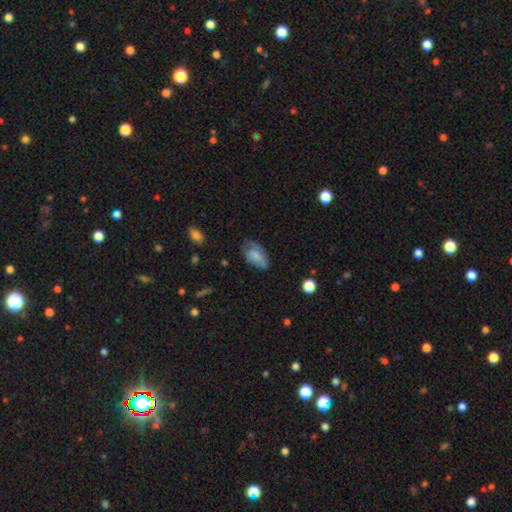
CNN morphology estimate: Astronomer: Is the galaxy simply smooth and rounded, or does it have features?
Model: smooth — 74%.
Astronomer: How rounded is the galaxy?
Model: in between — 92%.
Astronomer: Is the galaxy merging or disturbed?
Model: none — 54% (runner-up: minor disturbance, 32%).